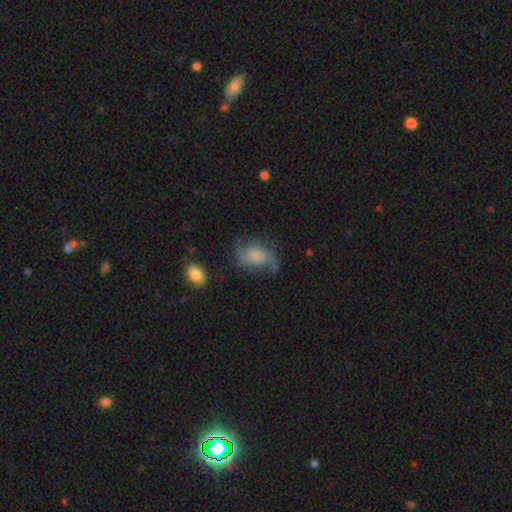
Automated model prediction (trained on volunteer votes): featured or disk 63%, smooth 27%, star or artifact 10%. Down the decision tree: edge-on disk — no (97%); bar — no (65%); spiral arms — yes (90%); spiral arm count — 2 (84%); spiral winding — loose (60%); bulge size — none (31%); merging — none (56%).